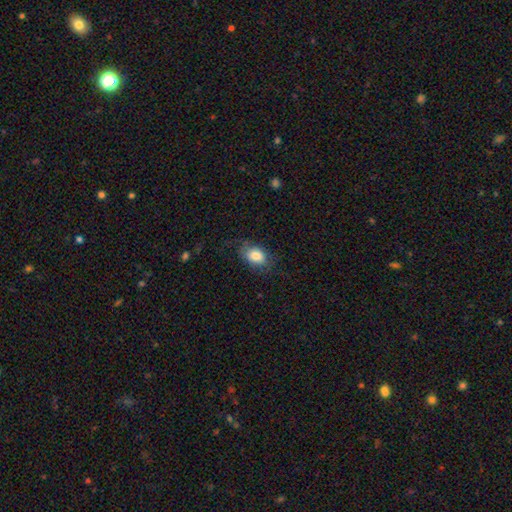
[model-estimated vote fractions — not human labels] Q: Smooth or featured?
A: smooth (81%); runner-up: featured or disk (11%)
Q: How rounded?
A: in between (82%); runner-up: round (17%)
Q: Merging?
A: none (70%); runner-up: minor disturbance (20%)